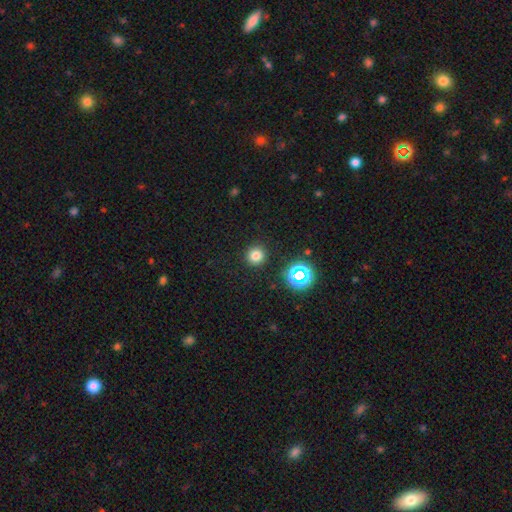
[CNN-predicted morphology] smooth-or-featured: smooth: 76% | star or artifact: 19% | featured or disk: 6%
  how-rounded: round: 94% | in between: 5% | cigar-shaped: 1%
  merging: none: 91% | minor disturbance: 6% | major disturbance: 2% | merger: 2%